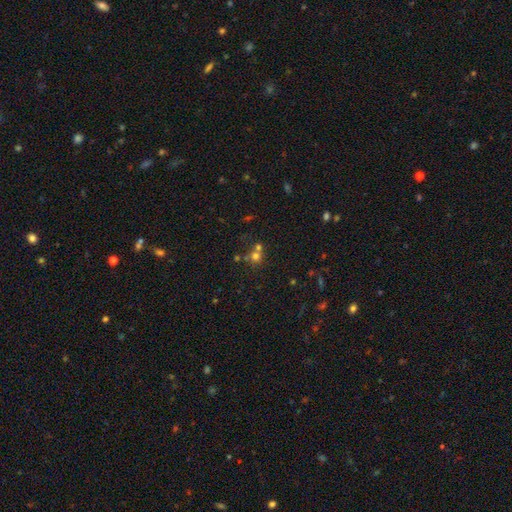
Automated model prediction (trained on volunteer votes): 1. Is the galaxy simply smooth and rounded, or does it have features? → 62% smooth, 25% star or artifact, 13% featured or disk.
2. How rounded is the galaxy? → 86% round, 13% in between, 1% cigar-shaped.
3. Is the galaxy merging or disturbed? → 50% none, 40% merger, 7% minor disturbance, 3% major disturbance.